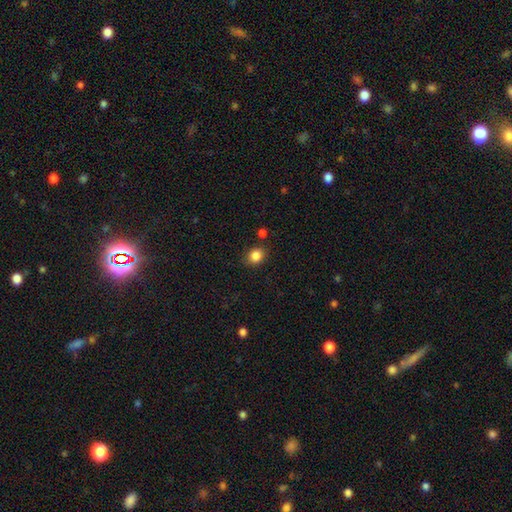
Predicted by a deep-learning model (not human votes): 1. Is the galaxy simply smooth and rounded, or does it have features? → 85% smooth, 10% star or artifact, 4% featured or disk.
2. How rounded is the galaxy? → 62% round, 37% in between, 1% cigar-shaped.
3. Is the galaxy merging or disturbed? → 79% none, 13% minor disturbance, 4% merger, 3% major disturbance.